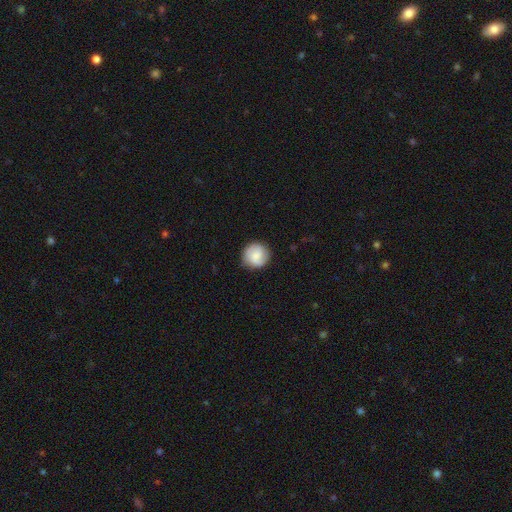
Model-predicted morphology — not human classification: smooth_or_featured: smooth (p=0.76) [alt: featured or disk p=0.17]
how_rounded: round (p=0.93) [alt: in between p=0.06]
merging: none (p=0.85) [alt: minor disturbance p=0.11]